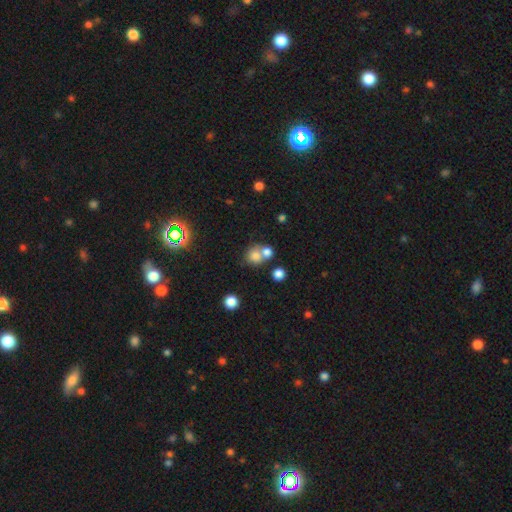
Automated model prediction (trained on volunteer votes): This appears to be a smooth galaxy with no disk features (74%) that is round (83%). Merging: merger (45%).